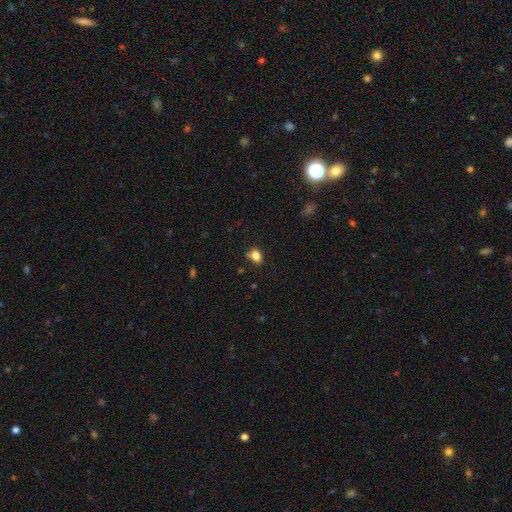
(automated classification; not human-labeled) Smooth or featured? Predicted: smooth (p=0.81). How rounded? Predicted: in between (p=0.68). Merging? Predicted: none (p=0.61).